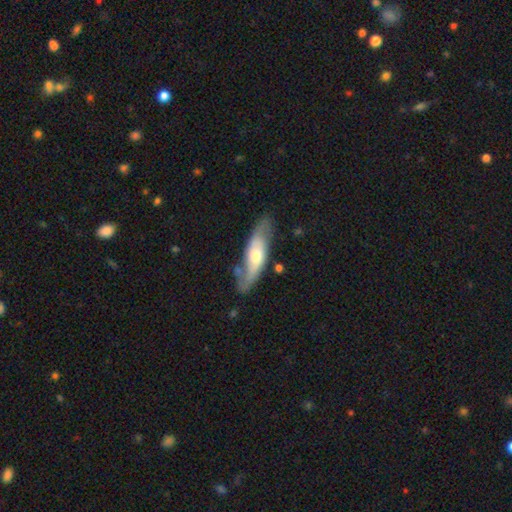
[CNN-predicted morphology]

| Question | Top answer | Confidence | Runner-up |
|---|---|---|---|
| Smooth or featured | featured or disk | 55% | smooth (40%) |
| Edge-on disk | no | 66% | yes (34%) |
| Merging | none | 71% | minor disturbance (20%) |